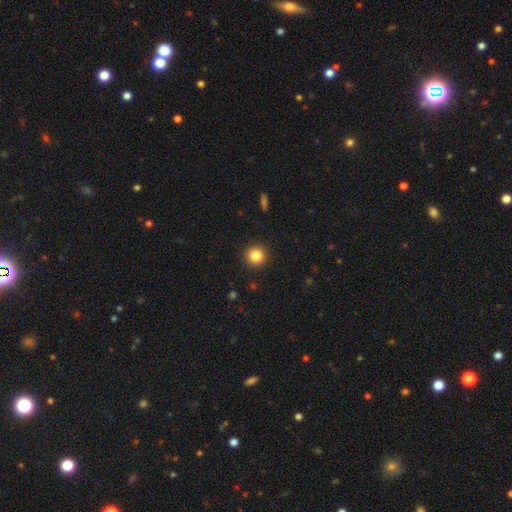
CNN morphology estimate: A smooth galaxy with no disk features (84%) that is round (94%). Merging: none (91%).